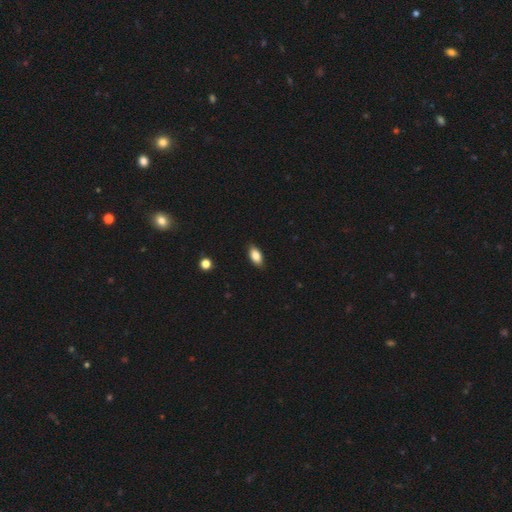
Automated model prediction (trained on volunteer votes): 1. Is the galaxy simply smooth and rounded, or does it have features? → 83% smooth, 9% featured or disk, 8% star or artifact.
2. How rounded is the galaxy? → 91% in between, 5% cigar-shaped, 4% round.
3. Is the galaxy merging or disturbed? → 87% none, 10% minor disturbance, 2% major disturbance, 1% merger.